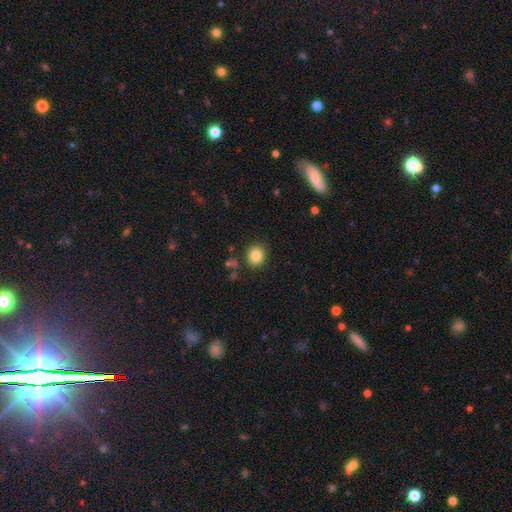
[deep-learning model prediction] Smooth or featured? smooth (82%)
How rounded? round (72%)
Merging? none (87%)